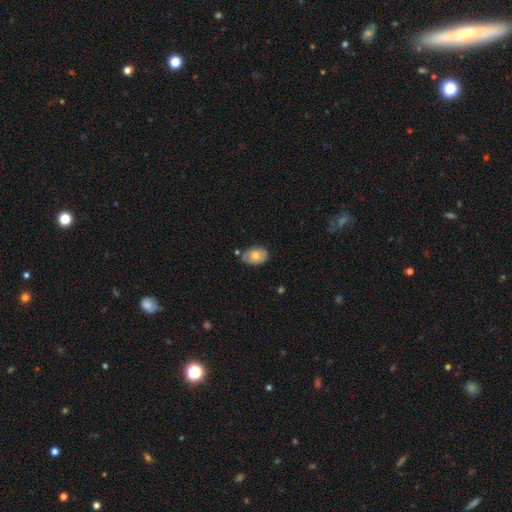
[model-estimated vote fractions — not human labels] The model was most divided on "merging": none: 65%, minor disturbance: 25%, merger: 6%, major disturbance: 4%. More confident: how rounded — in between (84%); smooth or featured — smooth (71%).